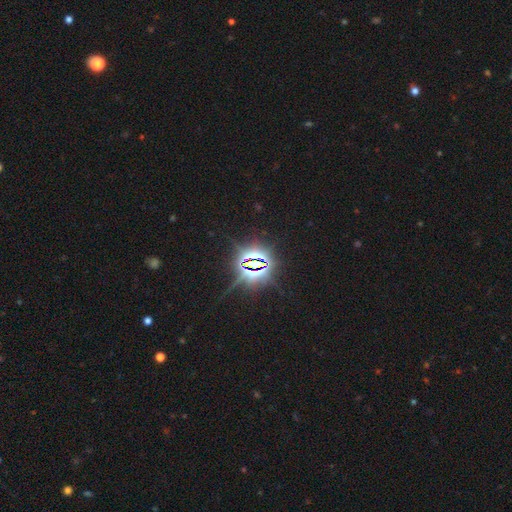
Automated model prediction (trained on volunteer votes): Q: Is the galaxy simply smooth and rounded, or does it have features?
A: star or artifact — 84%.